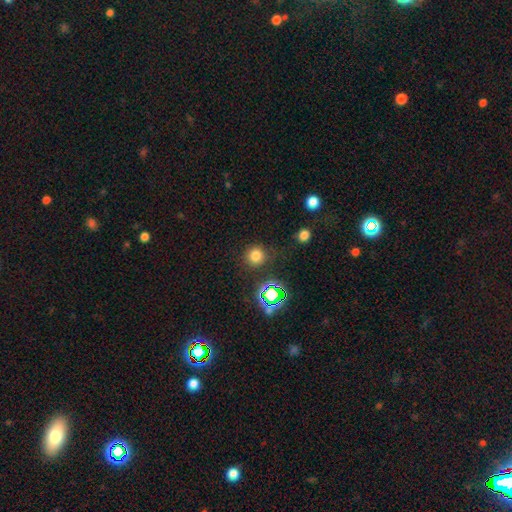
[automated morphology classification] This is likely a smooth galaxy (73%). How rounded: clearly round (93%). Merging: clearly none (85%).